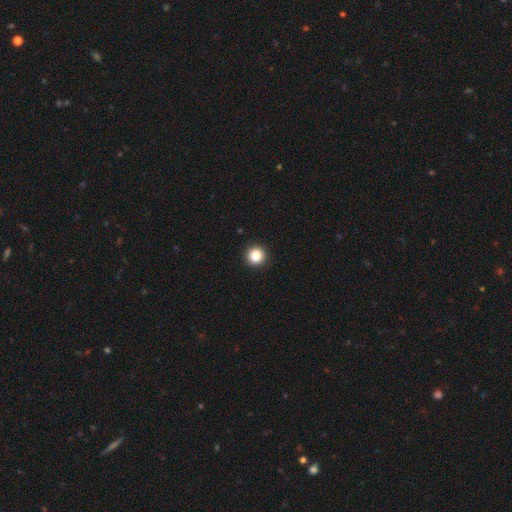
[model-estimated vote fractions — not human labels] Smooth or featured?
  - smooth: 85% *
  - star or artifact: 11%
  - featured or disk: 4%
How rounded?
  - round: 95% *
  - in between: 4%
  - cigar-shaped: 1%
Merging?
  - none: 94% *
  - minor disturbance: 4%
  - major disturbance: 1%
  - merger: 1%